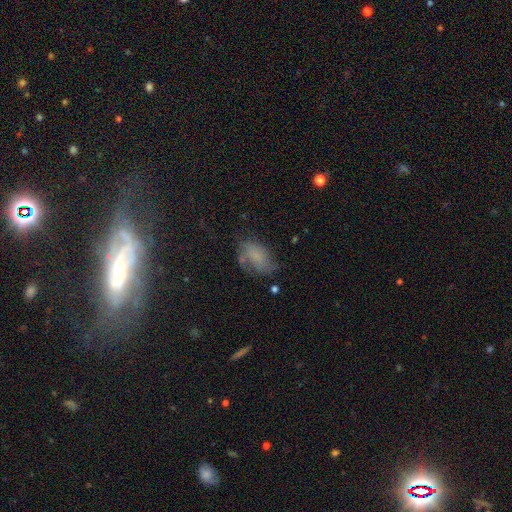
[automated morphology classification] Smooth or featured?
  - smooth: 59% *
  - featured or disk: 26%
  - star or artifact: 14%
How rounded?
  - in between: 89% *
  - round: 9%
  - cigar-shaped: 2%
Merging?
  - none: 47% *
  - minor disturbance: 30%
  - major disturbance: 18%
  - merger: 5%